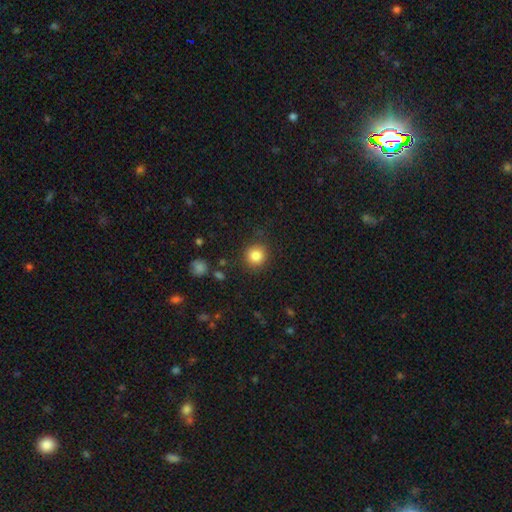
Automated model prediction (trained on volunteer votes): A smooth galaxy with no disk features (85%) that is round (90%). Merging: none (85%).